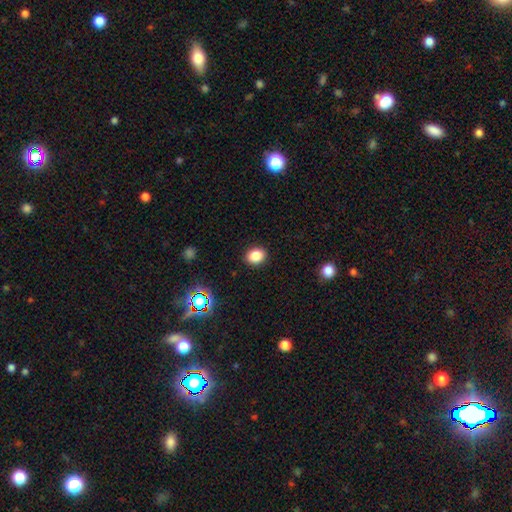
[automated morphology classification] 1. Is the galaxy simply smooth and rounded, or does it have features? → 84% smooth, 11% star or artifact, 4% featured or disk.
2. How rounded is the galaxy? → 53% round, 47% in between, 1% cigar-shaped.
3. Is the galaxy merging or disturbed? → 90% none, 7% minor disturbance, 2% major disturbance, 1% merger.